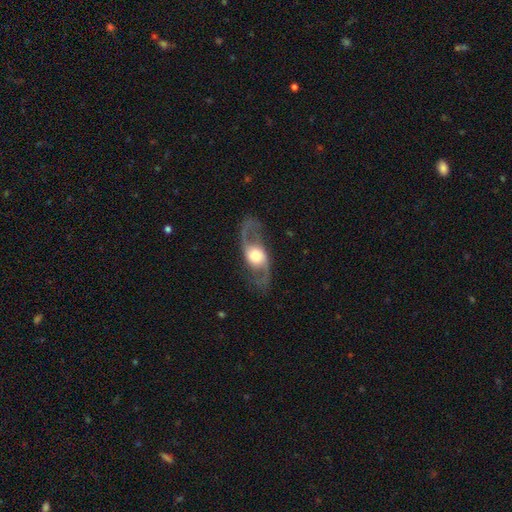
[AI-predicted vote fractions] The model was most divided on "bulge size": large: 48%, moderate: 36%, dominant: 9%, small: 5%, none: 1%. More confident: spiral arm count — 2 (94%); spiral arms — yes (92%); edge-on disk — no (90%); smooth or featured — featured or disk (85%); merging — none (80%); bar — no (61%); spiral winding — loose (60%).